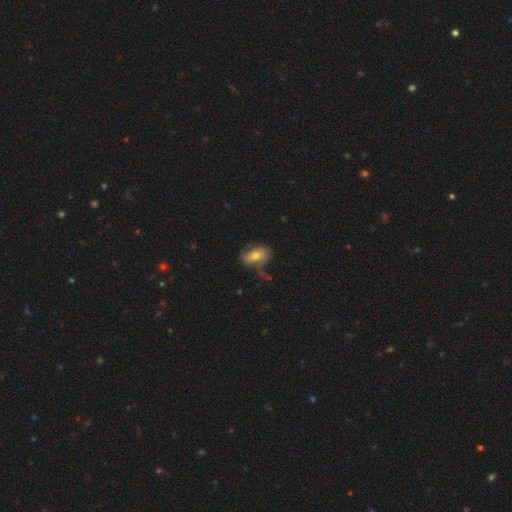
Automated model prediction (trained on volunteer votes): Smooth or featured? Predicted: smooth (p=0.57). How rounded? Predicted: in between (p=0.82). Merging? Predicted: none (p=0.47).